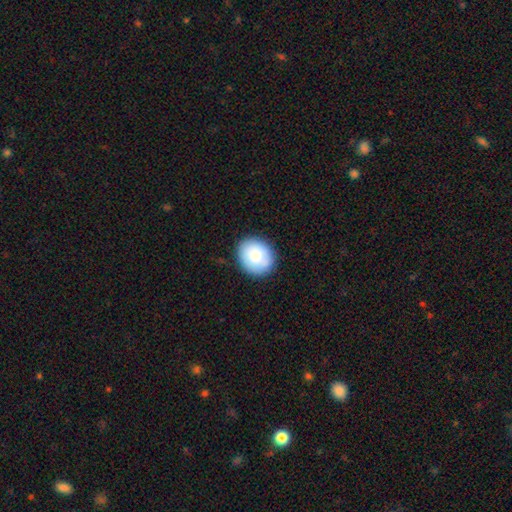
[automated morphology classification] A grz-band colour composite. It shows a smooth galaxy with no disk features (82%) that is round (65%). Merging: none (85%).